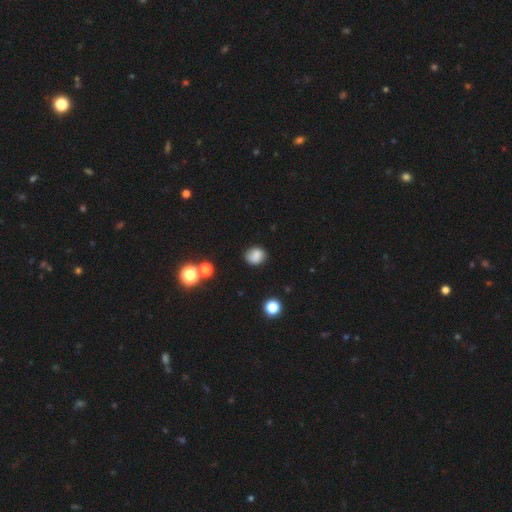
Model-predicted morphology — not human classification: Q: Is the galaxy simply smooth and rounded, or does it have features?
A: smooth — 81%.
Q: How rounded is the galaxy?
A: round — 67%.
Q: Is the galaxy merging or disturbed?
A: none — 78%.